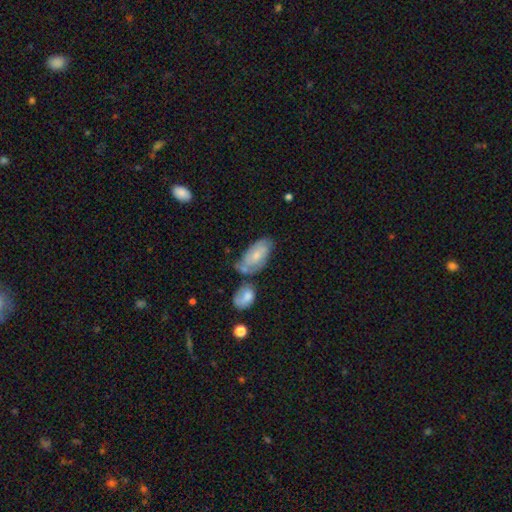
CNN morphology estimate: Overall: smooth (49%; featured or disk 44%). Merging: none (42%; merger 28%).